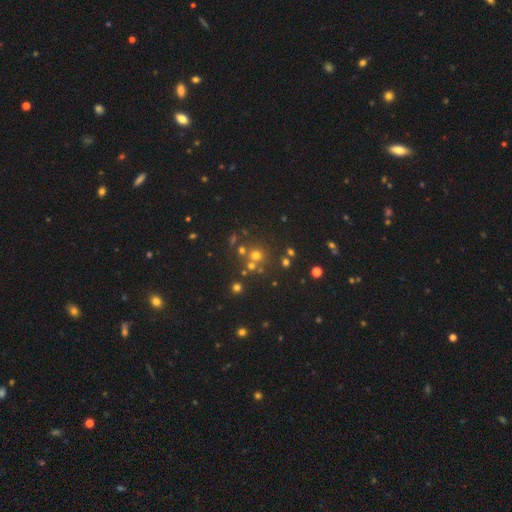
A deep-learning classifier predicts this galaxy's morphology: This is possibly a smooth galaxy (59%). How rounded: clearly round (89%). Merging: likely none (66%).